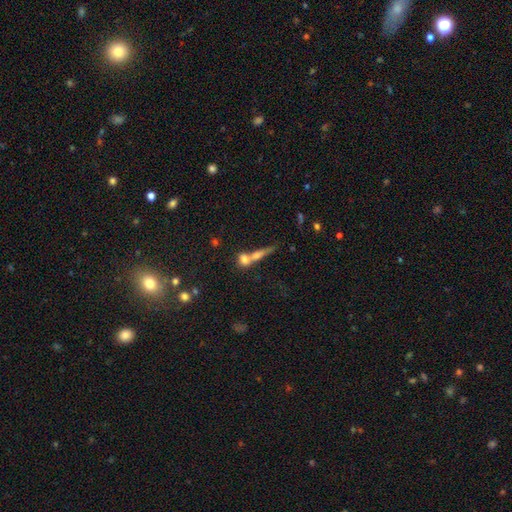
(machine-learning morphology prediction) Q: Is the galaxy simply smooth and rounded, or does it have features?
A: smooth — 51%.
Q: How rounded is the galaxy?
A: cigar-shaped — 46%.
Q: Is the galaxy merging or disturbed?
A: none — 44%.